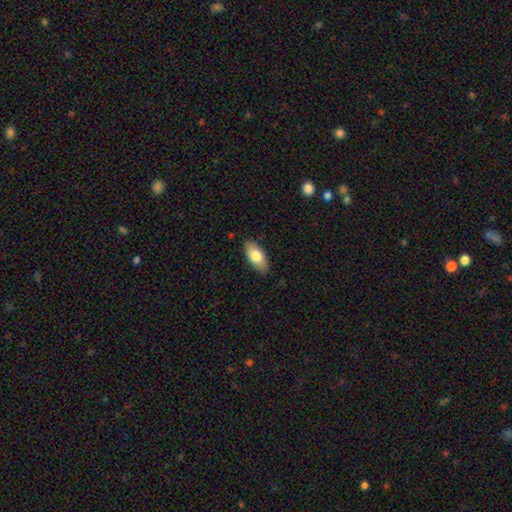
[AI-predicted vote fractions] Smooth or featured: smooth — 78% (featured or disk — 16%)
How rounded: in between — 89% (cigar-shaped — 9%)
Merging: none — 86% (minor disturbance — 11%)